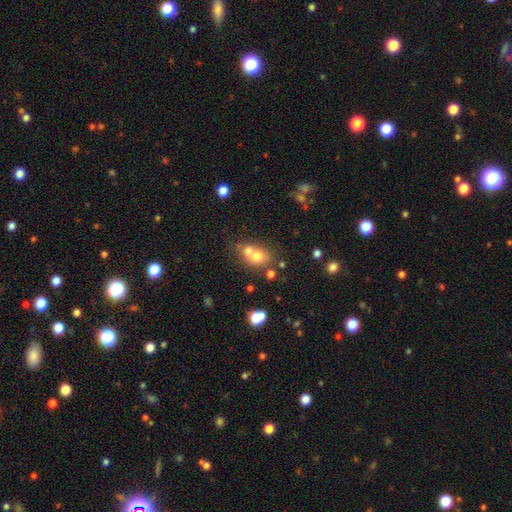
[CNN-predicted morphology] A smooth galaxy with no disk features (66%) that is round (52%).

Vote fractions:
- Smooth or featured? smooth: 66% / featured or disk: 21% / star or artifact: 13%
- How rounded? round: 52% / in between: 47% / cigar-shaped: 2%
- Merging? merger: 56% / none: 31% / minor disturbance: 9% / major disturbance: 5%